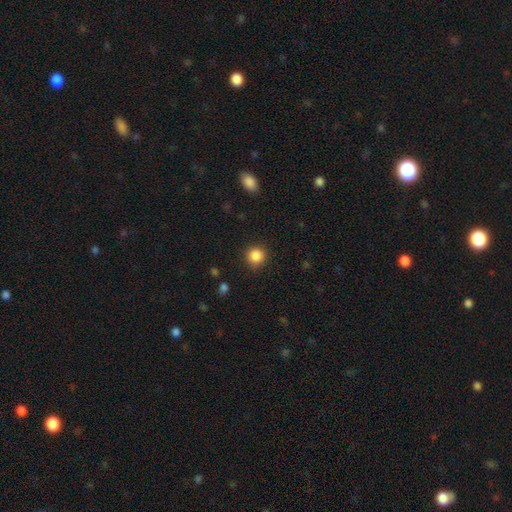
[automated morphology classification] A smooth galaxy with no disk features (86%) that is round (92%). Merging: none (89%).